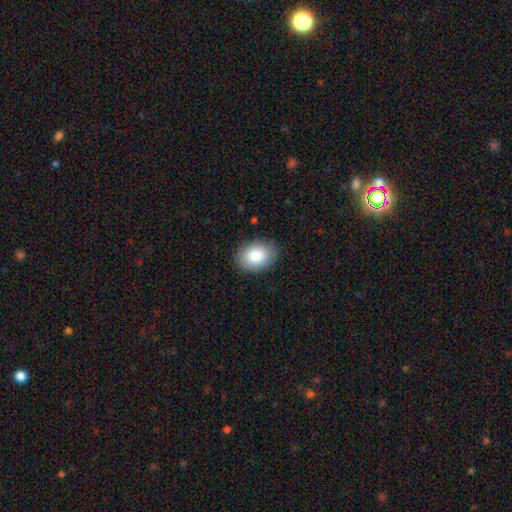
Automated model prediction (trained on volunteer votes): Q: Smooth or featured?
A: smooth (85%); runner-up: featured or disk (8%)
Q: How rounded?
A: in between (74%); runner-up: round (25%)
Q: Merging?
A: none (88%); runner-up: minor disturbance (9%)